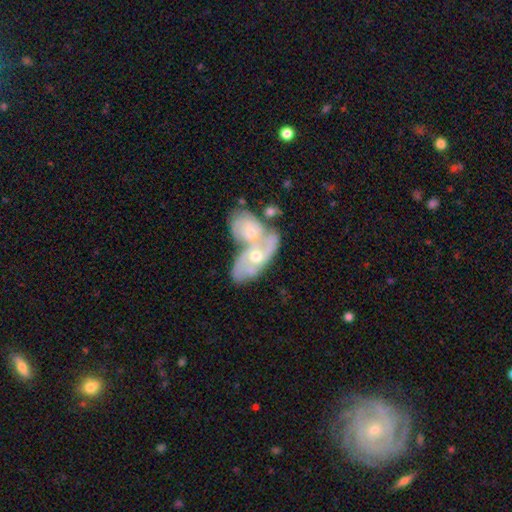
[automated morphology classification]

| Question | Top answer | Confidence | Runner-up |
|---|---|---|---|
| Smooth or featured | featured or disk | 68% | smooth (26%) |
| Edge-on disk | no | 93% | yes (7%) |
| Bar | no | 80% | weak (16%) |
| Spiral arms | yes | 69% | no (31%) |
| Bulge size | moderate | 58% | small (36%) |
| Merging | merger | 68% | none (18%) |